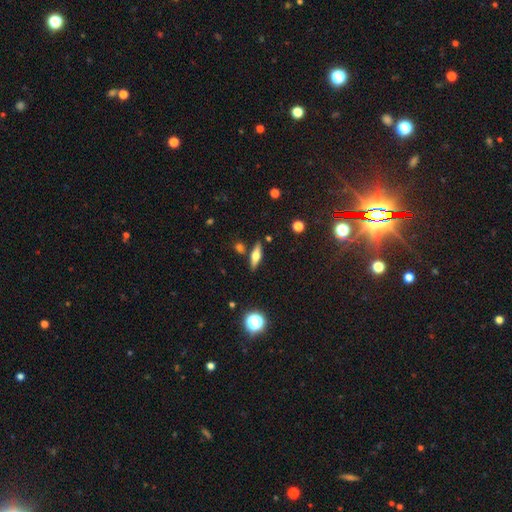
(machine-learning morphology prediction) Q: Smooth or featured?
A: featured or disk (48%); runner-up: smooth (43%)
Q: Merging?
A: none (81%); runner-up: minor disturbance (10%)